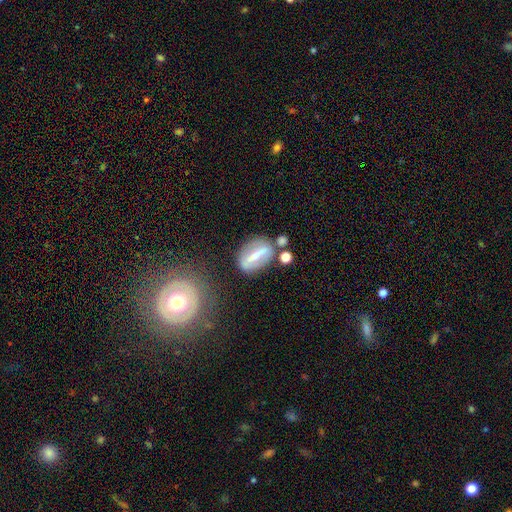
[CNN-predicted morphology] Smooth or featured?
  - featured or disk: 62% *
  - smooth: 30%
  - star or artifact: 8%
Edge-on disk?
  - no: 78% *
  - yes: 22%
Merging?
  - none: 65% *
  - minor disturbance: 16%
  - merger: 10%
  - major disturbance: 8%